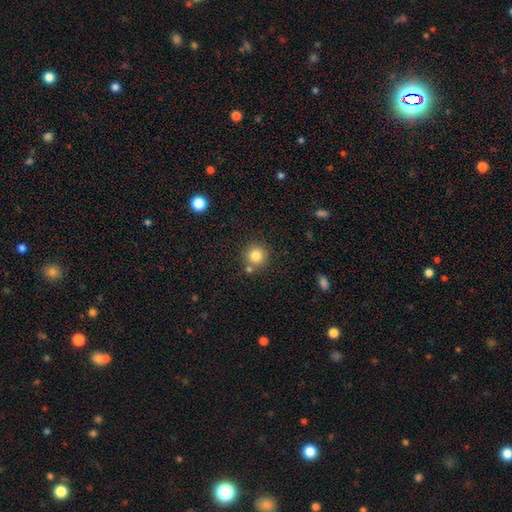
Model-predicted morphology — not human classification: Overall: smooth (82%). How rounded: round (93%). Merging: none (76%).